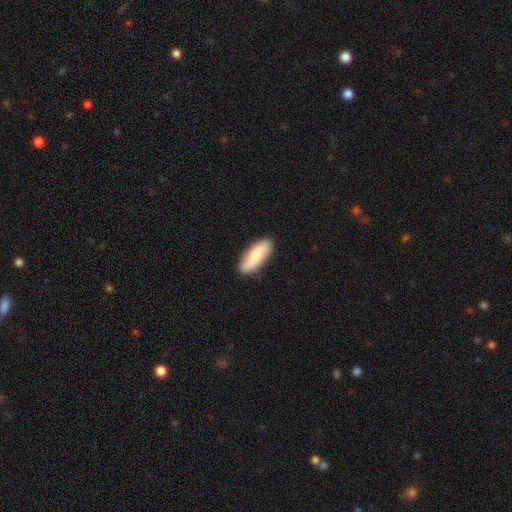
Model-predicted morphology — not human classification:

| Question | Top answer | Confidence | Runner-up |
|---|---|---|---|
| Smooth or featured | smooth | 68% | featured or disk (26%) |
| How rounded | in between | 68% | cigar-shaped (30%) |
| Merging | none | 85% | minor disturbance (11%) |